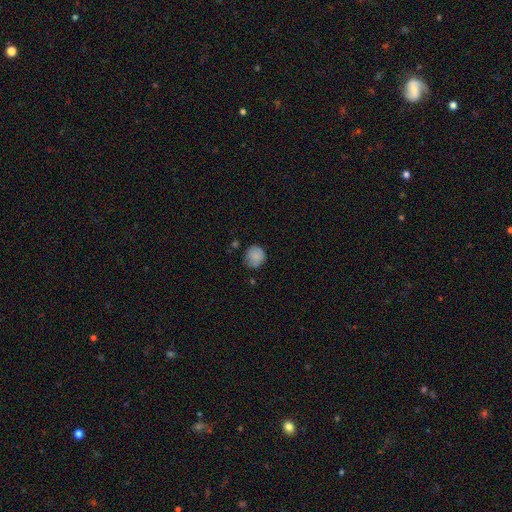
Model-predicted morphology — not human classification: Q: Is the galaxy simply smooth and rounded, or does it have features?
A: smooth — 84%.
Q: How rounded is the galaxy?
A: round — 88%.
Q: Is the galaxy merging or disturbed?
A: none — 73%.